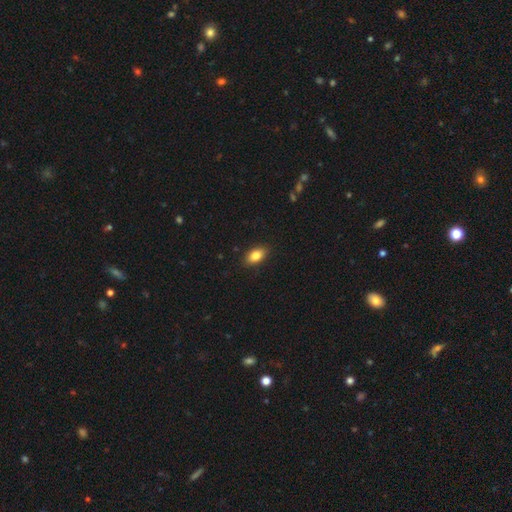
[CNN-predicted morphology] The model was most divided on "smooth or featured": smooth: 83%, featured or disk: 9%, star or artifact: 8%. More confident: how rounded — in between (89%); merging — none (88%).